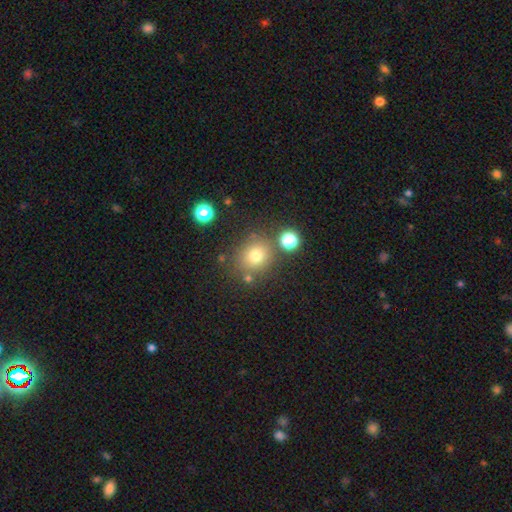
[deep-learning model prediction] A smooth galaxy with no disk features (74%) that is round (83%).

Vote fractions:
- Smooth or featured? smooth: 74% / star or artifact: 16% / featured or disk: 10%
- How rounded? round: 83% / in between: 16% / cigar-shaped: 1%
- Merging? none: 75% / minor disturbance: 10% / merger: 10% / major disturbance: 4%